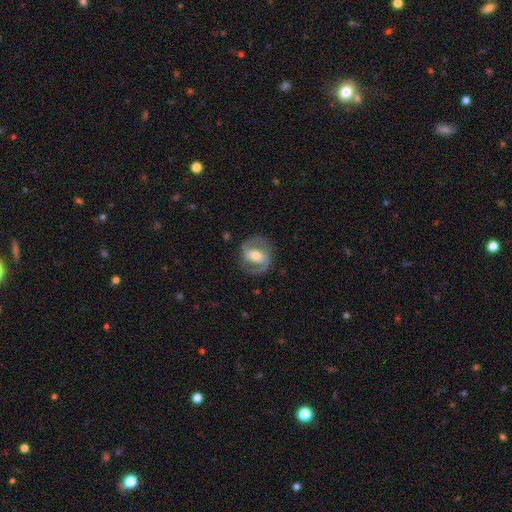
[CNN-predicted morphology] Smooth or featured: featured or disk — 79% (smooth — 15%)
Edge-on disk: no — 97% (yes — 3%)
Bar: weak — 41% (strong — 32%)
Spiral arms: yes — 87% (no — 13%)
Spiral winding: medium — 51% (tight — 31%)
Spiral arm count: 2 — 87% (can't tell — 6%)
Bulge size: moderate — 66% (small — 24%)
Merging: none — 79% (minor disturbance — 13%)